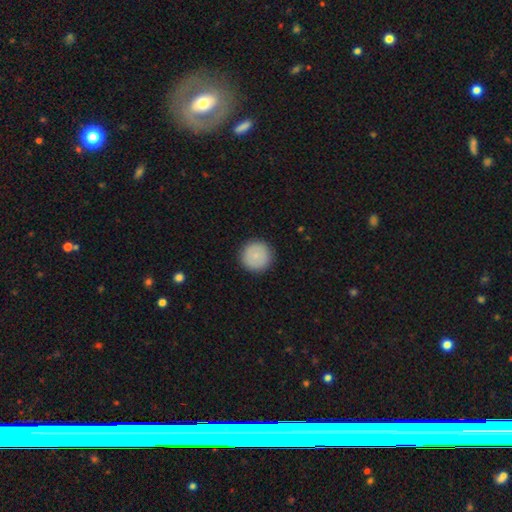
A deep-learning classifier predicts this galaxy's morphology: Smooth or featured: smooth — 84% (featured or disk — 9%)
How rounded: round — 96% (in between — 3%)
Merging: none — 92% (minor disturbance — 6%)